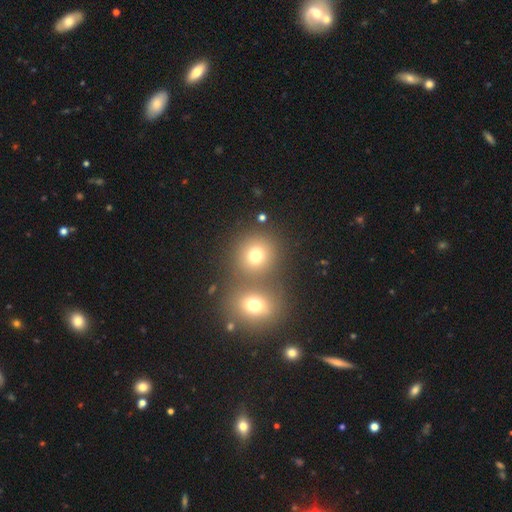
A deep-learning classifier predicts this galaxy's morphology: The model was most divided on "merging": none: 56%, merger: 35%, minor disturbance: 6%, major disturbance: 3%. More confident: how rounded — round (86%); smooth or featured — smooth (74%).